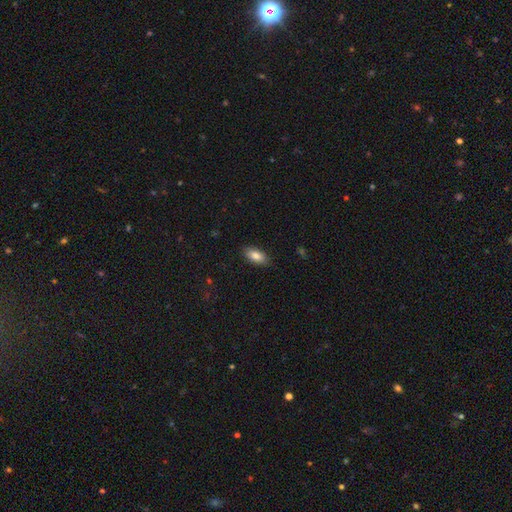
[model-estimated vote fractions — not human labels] Smooth or featured? smooth (85%)
How rounded? in between (89%)
Merging? none (87%)